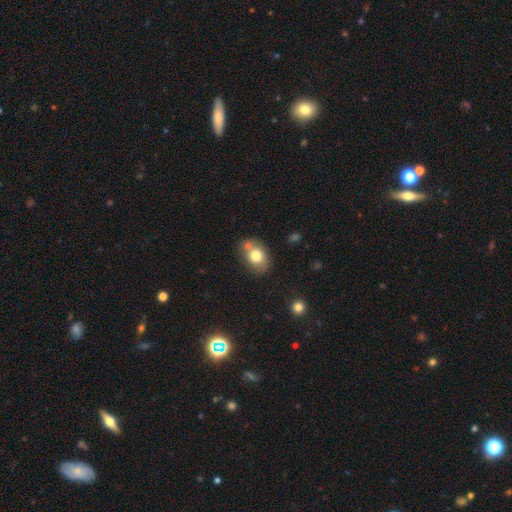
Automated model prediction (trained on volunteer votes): Smooth or featured? Predicted: smooth (p=0.76). How rounded? Predicted: in between (p=0.59). Merging? Predicted: none (p=0.55).